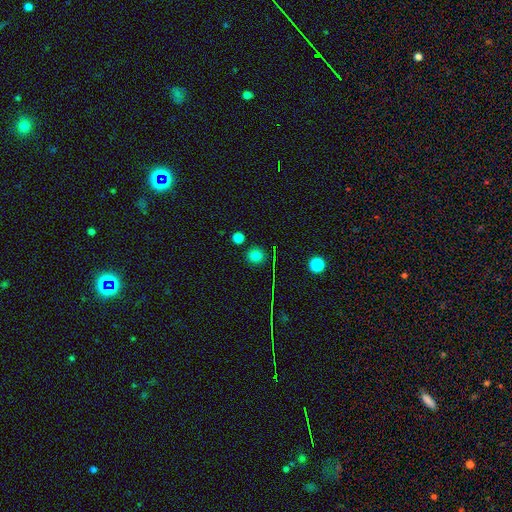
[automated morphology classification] type=smooth (78%); roundness=round (89%); merging=none (86%).